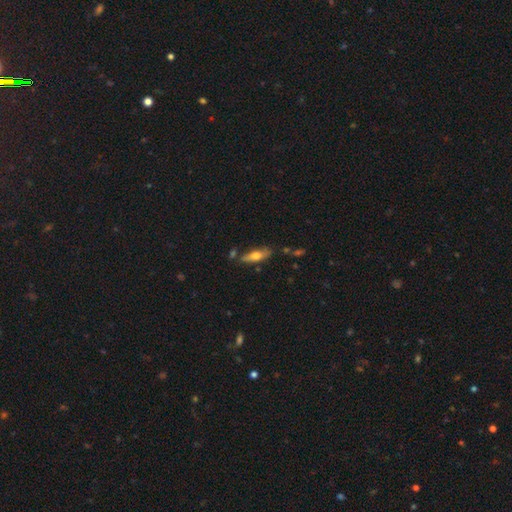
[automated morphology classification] A smooth galaxy with no disk features (56%) that is cigar-shaped (54%). Merging: none (74%).